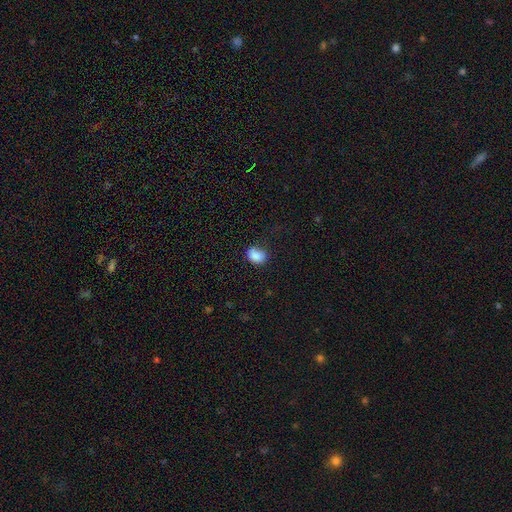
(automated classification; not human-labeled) Smooth or featured? Predicted: smooth (p=0.86). How rounded? Predicted: in between (p=0.64). Merging? Predicted: none (p=0.63).